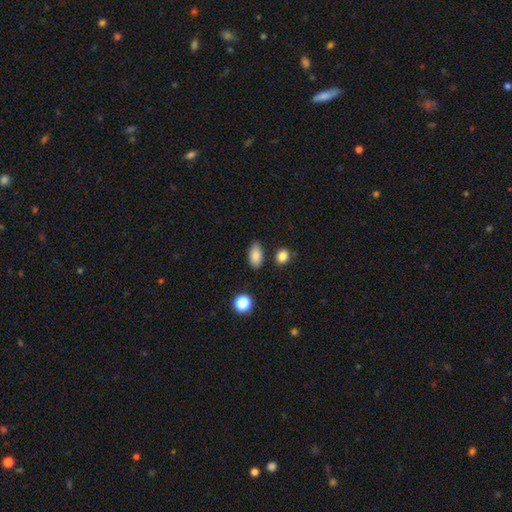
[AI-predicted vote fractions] Morphology: type=smooth (85%); roundness=in between (90%); merging=none (83%).